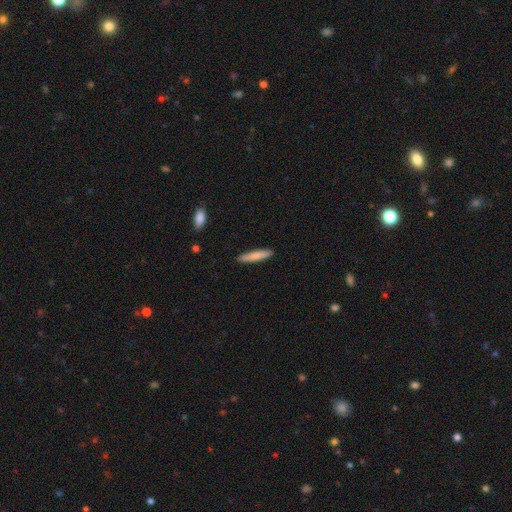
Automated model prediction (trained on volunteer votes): smooth 80%, featured or disk 15%, star or artifact 5%. Down the decision tree: how rounded — cigar-shaped (90%); merging — none (91%).